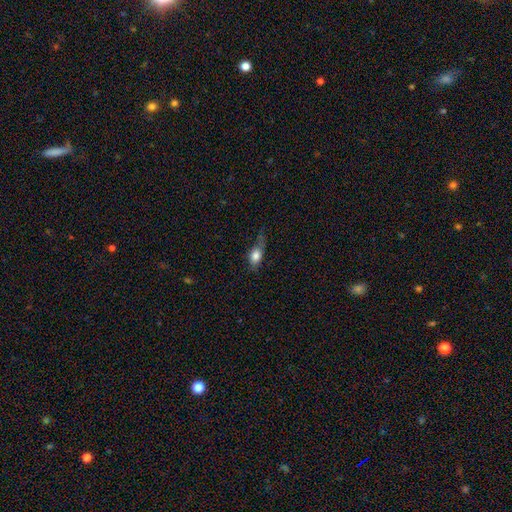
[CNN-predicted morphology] This is likely a smooth galaxy (77%). How rounded: likely in between (69%). Merging: marginally none (40%).